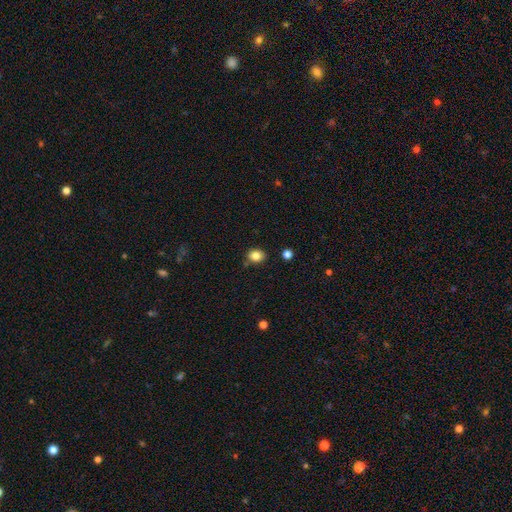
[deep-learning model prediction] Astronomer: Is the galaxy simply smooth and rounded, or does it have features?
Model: smooth — 83%.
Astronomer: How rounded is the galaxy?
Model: round — 55% (runner-up: in between, 44%).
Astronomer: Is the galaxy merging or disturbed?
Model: none — 81%.